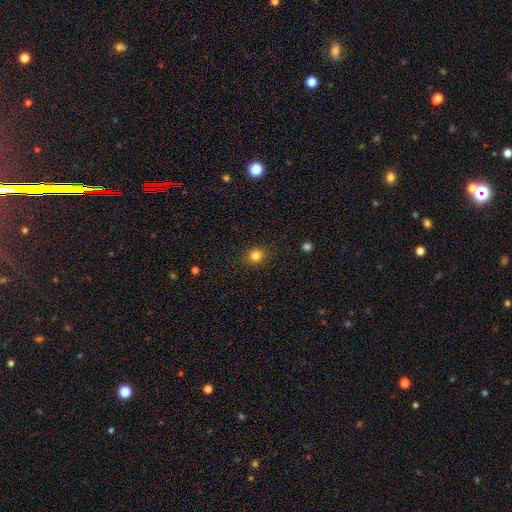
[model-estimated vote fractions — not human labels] This is clearly a smooth galaxy (82%). How rounded: likely round (75%). Merging: clearly none (88%).